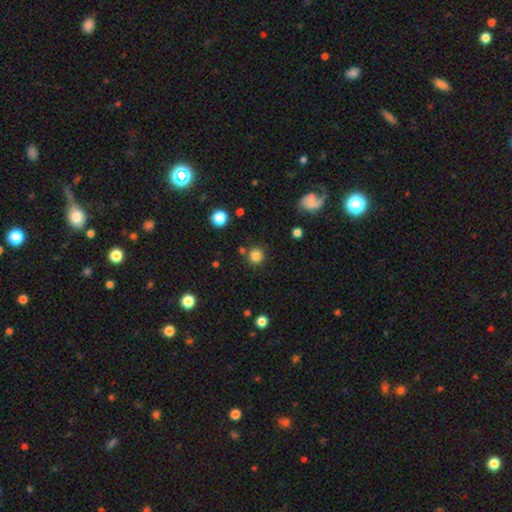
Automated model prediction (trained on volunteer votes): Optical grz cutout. It shows a smooth galaxy with no disk features (82%) that is round (94%). Merging: none (83%).